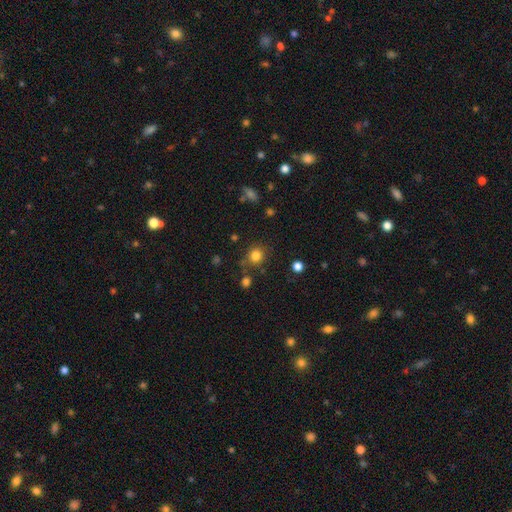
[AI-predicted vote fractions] Smooth or featured?
  - smooth: 81% *
  - star or artifact: 13%
  - featured or disk: 6%
How rounded?
  - round: 84% *
  - in between: 15%
  - cigar-shaped: 1%
Merging?
  - none: 78% *
  - minor disturbance: 12%
  - merger: 6%
  - major disturbance: 4%